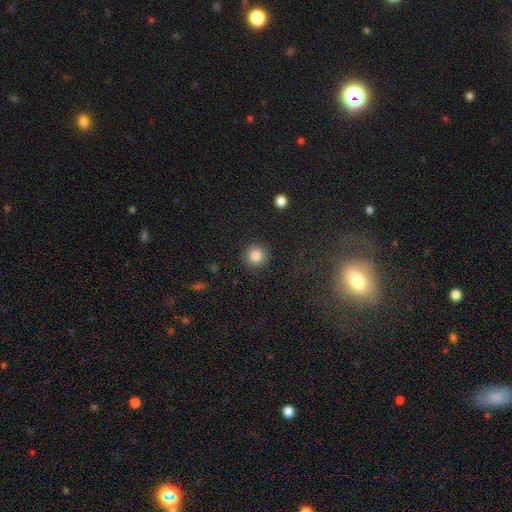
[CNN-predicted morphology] This is clearly a smooth galaxy (84%). How rounded: clearly round (93%). Merging: clearly none (88%).